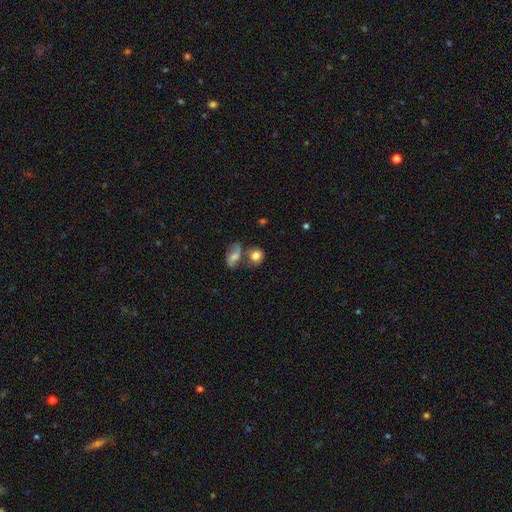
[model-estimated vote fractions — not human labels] A smooth galaxy with no disk features (78%) that is round (67%).

Vote fractions:
- Smooth or featured? smooth: 78% / featured or disk: 14% / star or artifact: 9%
- How rounded? round: 67% / in between: 31% / cigar-shaped: 2%
- Merging? none: 46% / merger: 33% / minor disturbance: 14% / major disturbance: 6%